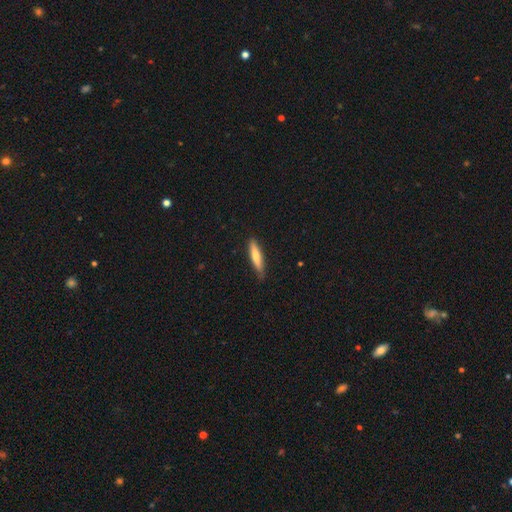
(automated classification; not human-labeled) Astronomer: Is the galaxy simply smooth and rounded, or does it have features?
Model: smooth — 63%.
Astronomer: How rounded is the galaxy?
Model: cigar-shaped — 88%.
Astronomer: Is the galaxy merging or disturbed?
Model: none — 83%.